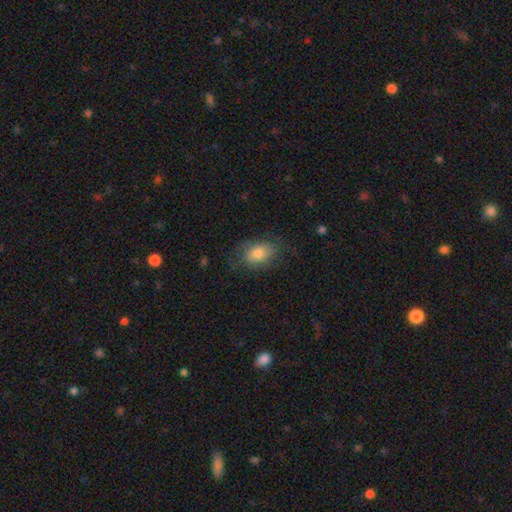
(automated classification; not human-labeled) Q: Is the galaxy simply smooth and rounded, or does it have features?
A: smooth — 67%.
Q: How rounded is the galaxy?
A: in between — 78%.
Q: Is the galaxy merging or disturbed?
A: none — 72%.